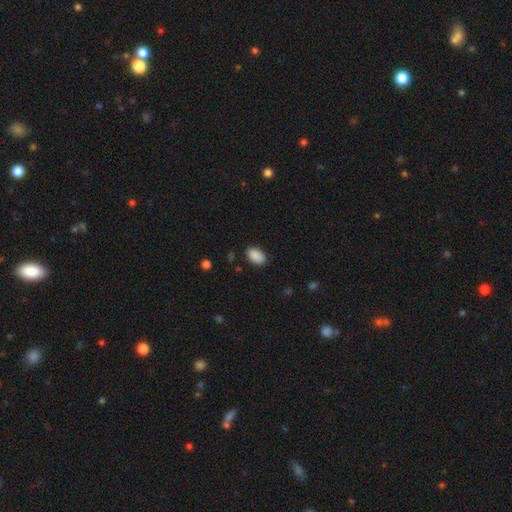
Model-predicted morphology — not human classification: Smooth or featured: smooth — 90% (star or artifact — 7%)
How rounded: in between — 90% (round — 9%)
Merging: none — 86% (minor disturbance — 10%)